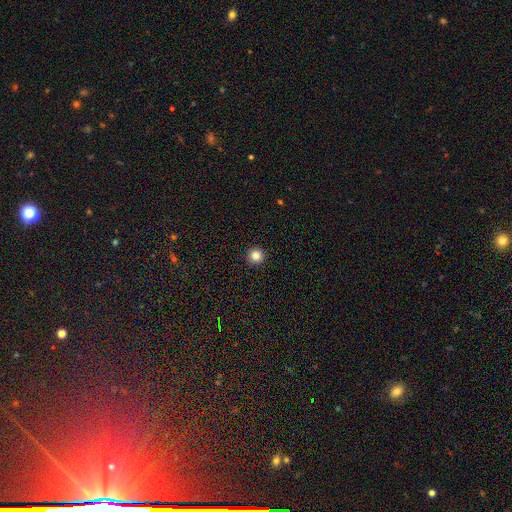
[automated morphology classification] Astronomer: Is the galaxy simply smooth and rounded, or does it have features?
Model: smooth — 85%.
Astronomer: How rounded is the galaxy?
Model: round — 97%.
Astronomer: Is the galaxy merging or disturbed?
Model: none — 94%.